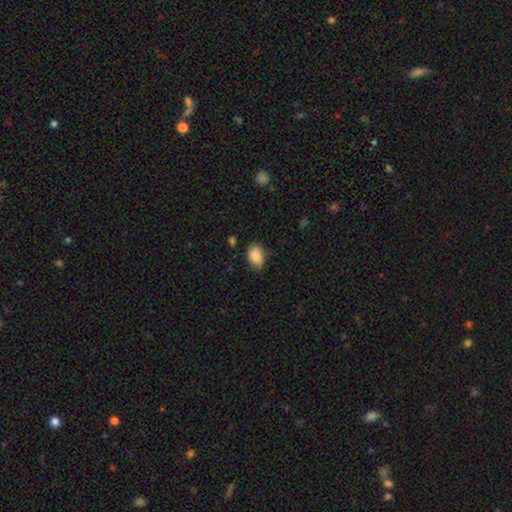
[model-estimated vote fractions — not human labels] Smooth or featured?
  - smooth: 88% *
  - star or artifact: 7%
  - featured or disk: 4%
How rounded?
  - in between: 87% *
  - round: 12%
  - cigar-shaped: 1%
Merging?
  - none: 72% *
  - minor disturbance: 23%
  - major disturbance: 4%
  - merger: 2%